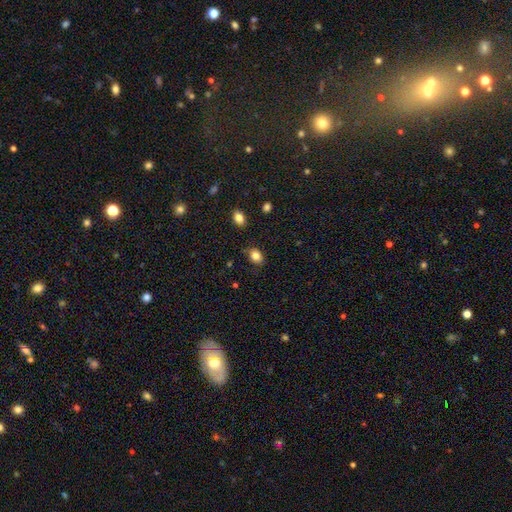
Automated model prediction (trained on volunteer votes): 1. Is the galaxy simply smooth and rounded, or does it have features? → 83% smooth, 10% star or artifact, 7% featured or disk.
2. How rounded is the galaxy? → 71% in between, 28% round, 1% cigar-shaped.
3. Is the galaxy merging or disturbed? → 82% none, 13% minor disturbance, 3% major disturbance, 2% merger.